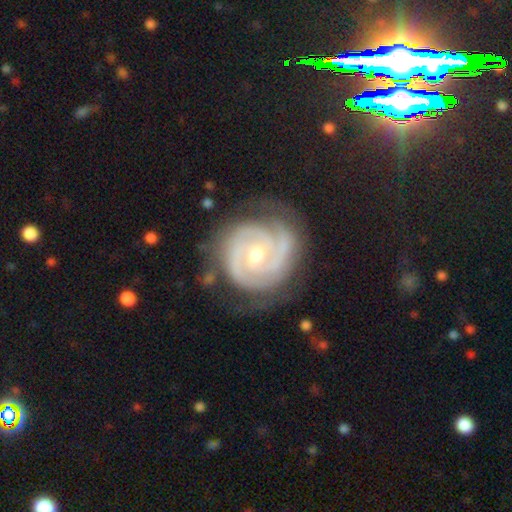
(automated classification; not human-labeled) This appears to be a featured or disk galaxy (90%) with no bar (58%), 2 (45%) tight (77%) spiral arms (98%) and a moderate central bulge (60%). Merging: none (73%).